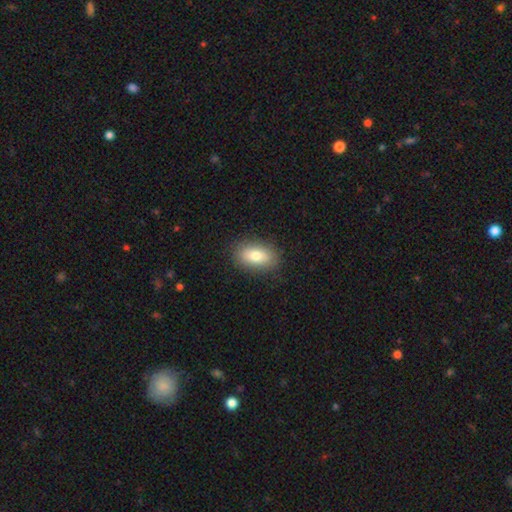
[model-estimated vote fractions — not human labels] Q: Smooth or featured?
A: smooth (78%); runner-up: featured or disk (15%)
Q: How rounded?
A: in between (89%); runner-up: round (8%)
Q: Merging?
A: none (87%); runner-up: minor disturbance (10%)